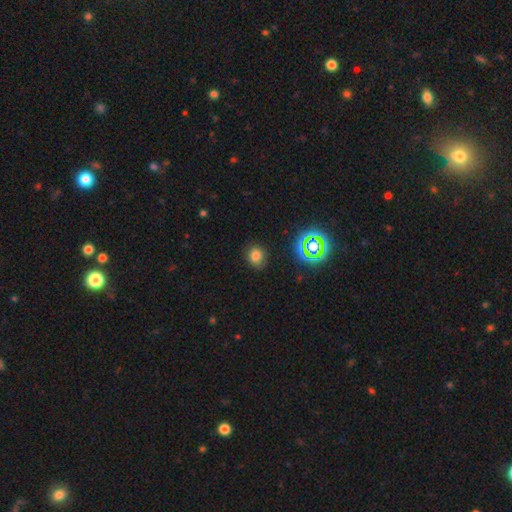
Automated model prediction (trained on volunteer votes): A smooth galaxy with no disk features (74%) that is round (73%).

Vote fractions:
- Smooth or featured? smooth: 74% / star or artifact: 18% / featured or disk: 8%
- How rounded? round: 73% / in between: 26% / cigar-shaped: 1%
- Merging? none: 83% / minor disturbance: 12% / major disturbance: 3% / merger: 2%